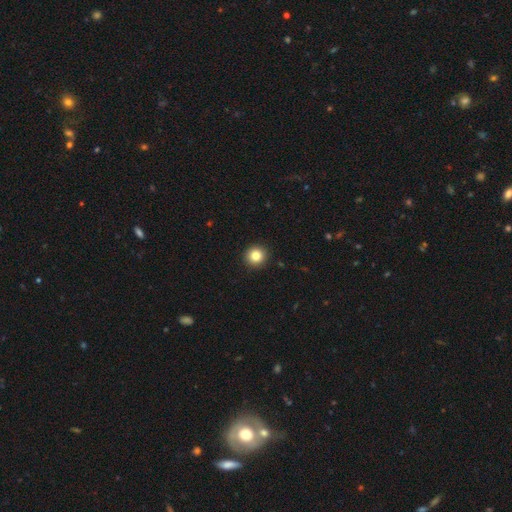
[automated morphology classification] Overall: smooth (85%). How rounded: round (93%). Merging: none (93%).